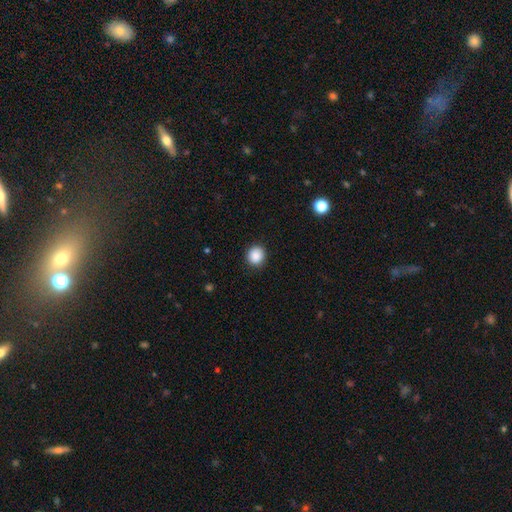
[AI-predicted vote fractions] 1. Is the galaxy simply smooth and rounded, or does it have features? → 88% smooth, 9% star or artifact, 3% featured or disk.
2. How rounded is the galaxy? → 86% round, 13% in between, 1% cigar-shaped.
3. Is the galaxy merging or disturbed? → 90% none, 7% minor disturbance, 2% major disturbance, 1% merger.